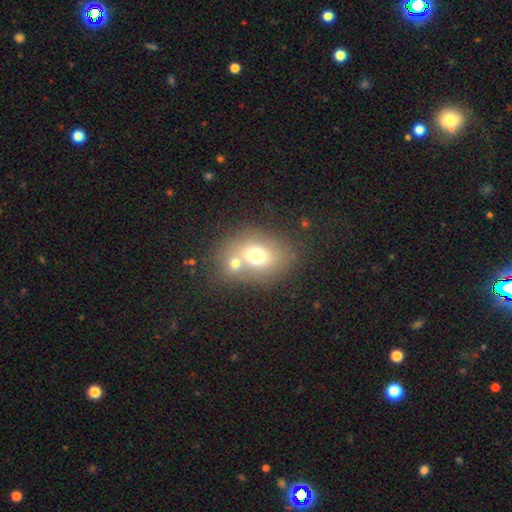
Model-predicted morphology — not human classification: The model was most divided on "merging": none: 43%, merger: 41%, minor disturbance: 11%, major disturbance: 5%. More confident: smooth or featured — smooth (67%); how rounded — in between (55%).